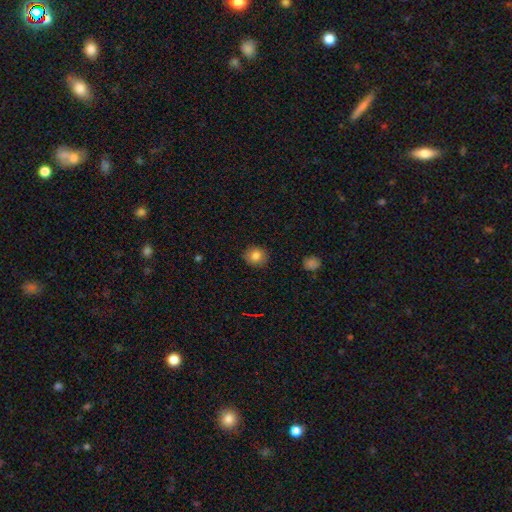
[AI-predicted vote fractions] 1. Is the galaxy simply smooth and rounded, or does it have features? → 83% smooth, 10% star or artifact, 7% featured or disk.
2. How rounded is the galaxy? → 80% round, 19% in between, 1% cigar-shaped.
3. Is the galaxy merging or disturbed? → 87% none, 9% minor disturbance, 2% major disturbance, 1% merger.